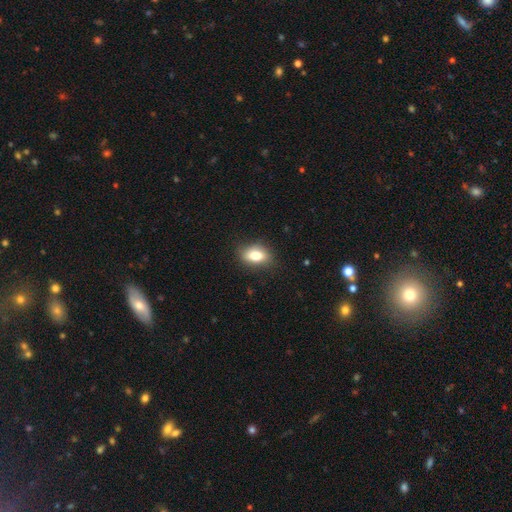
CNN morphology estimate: Smooth or featured: smooth — 79% (featured or disk — 12%)
How rounded: in between — 81% (round — 16%)
Merging: none — 82% (minor disturbance — 14%)